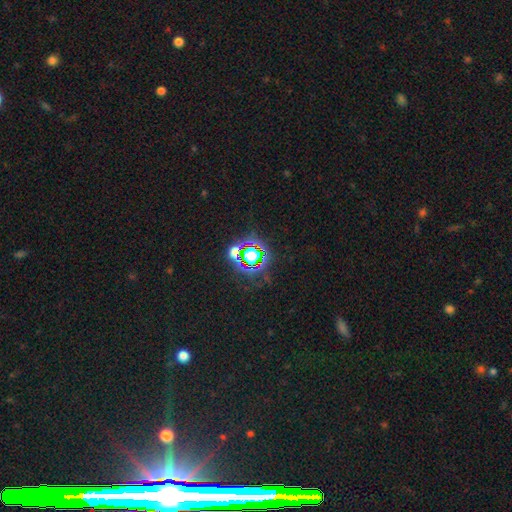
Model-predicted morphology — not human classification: Q: Smooth or featured?
A: star or artifact (73%); runner-up: smooth (16%)